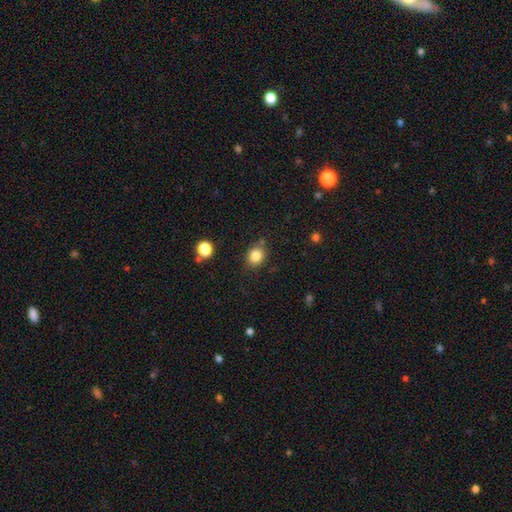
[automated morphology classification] smooth 83%, star or artifact 11%, featured or disk 6%. Down the decision tree: how rounded — round (64%); merging — none (79%).